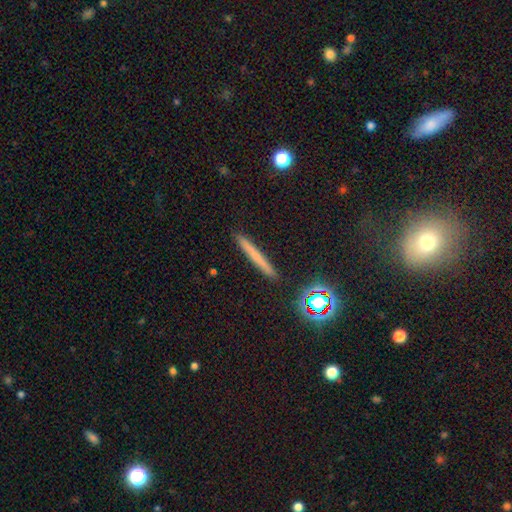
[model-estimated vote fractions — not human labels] A smooth galaxy with no disk features (61%) that is cigar-shaped (95%). Merging: none (91%).